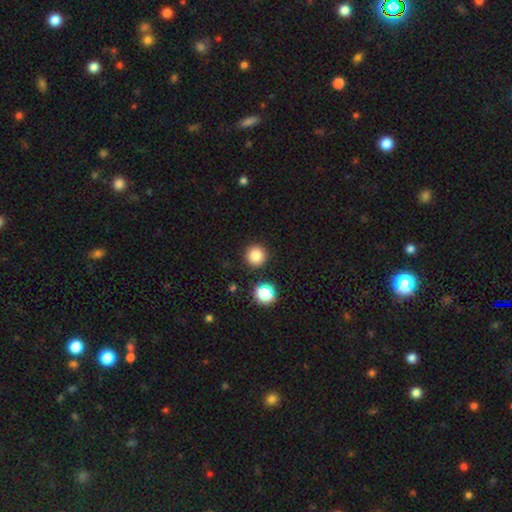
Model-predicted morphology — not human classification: smooth_or_featured: smooth (p=0.85) [alt: star or artifact p=0.11]
how_rounded: round (p=0.95) [alt: in between p=0.04]
merging: none (p=0.89) [alt: minor disturbance p=0.06]